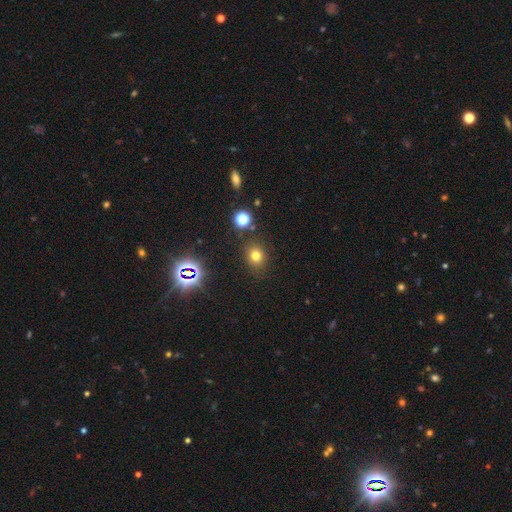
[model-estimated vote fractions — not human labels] This is likely a smooth galaxy (71%). How rounded: likely round (73%). Merging: clearly none (85%).